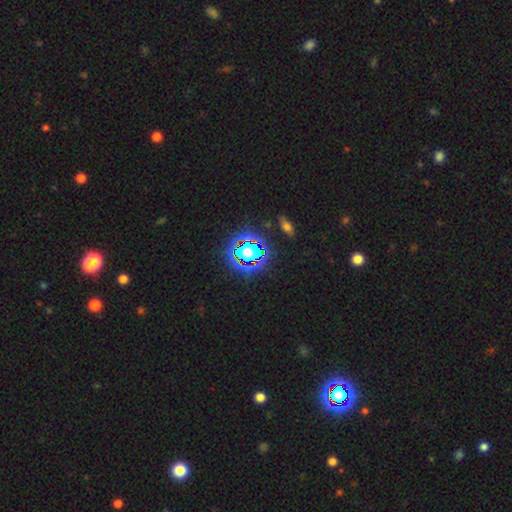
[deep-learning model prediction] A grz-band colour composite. It shows a star or artifact, not a galaxy (66%).